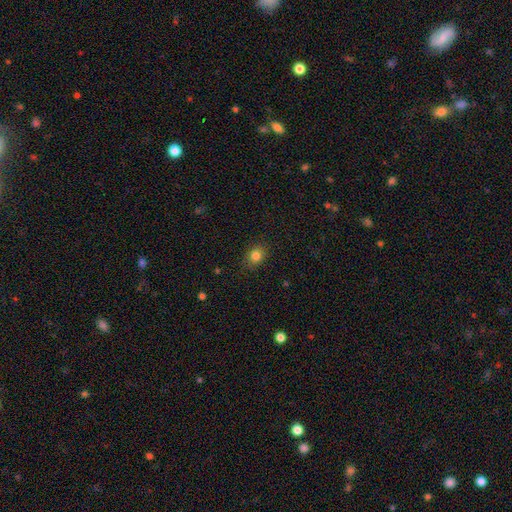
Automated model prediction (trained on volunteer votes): smooth_or_featured: smooth (p=0.82) [alt: star or artifact p=0.12]
how_rounded: round (p=0.56) [alt: in between p=0.43]
merging: none (p=0.85) [alt: minor disturbance p=0.11]